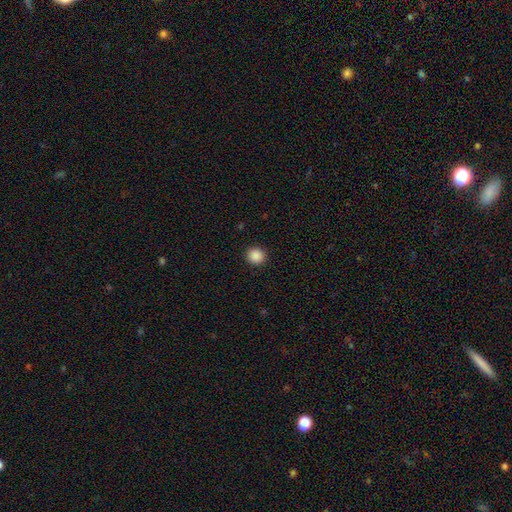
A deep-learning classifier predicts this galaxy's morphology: Smooth or featured?
  - smooth: 88% *
  - star or artifact: 10%
  - featured or disk: 2%
How rounded?
  - round: 91% *
  - in between: 8%
  - cigar-shaped: 1%
Merging?
  - none: 92% *
  - minor disturbance: 5%
  - major disturbance: 2%
  - merger: 1%